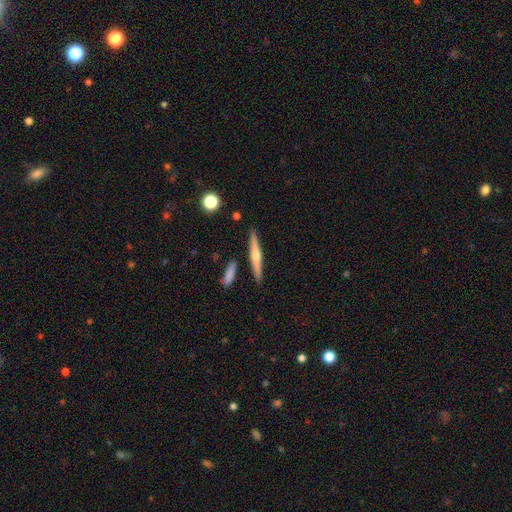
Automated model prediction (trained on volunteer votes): Smooth or featured? Predicted: featured or disk (p=0.55). Edge-on disk? Predicted: yes (p=0.97). Edge-on bulge? Predicted: rounded (p=0.76). Merging? Predicted: none (p=0.87).